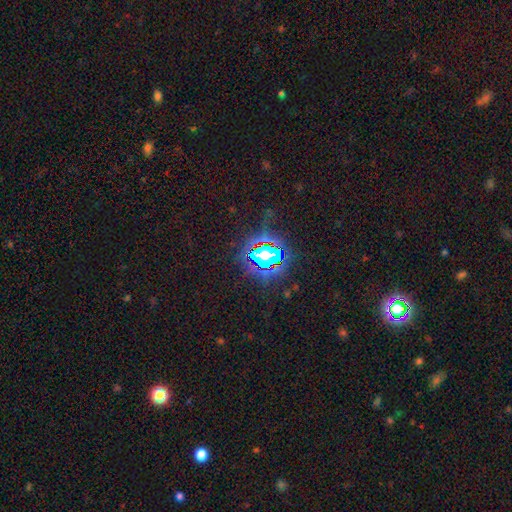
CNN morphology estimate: Smooth or featured? star or artifact (75%)